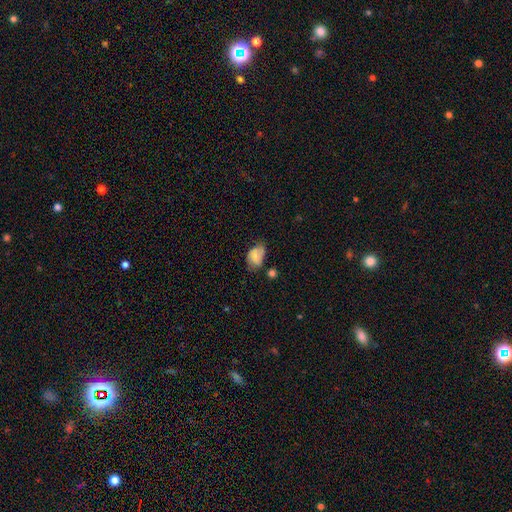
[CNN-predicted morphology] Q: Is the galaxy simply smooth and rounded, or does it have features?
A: smooth — 67%.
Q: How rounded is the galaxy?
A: in between — 80%.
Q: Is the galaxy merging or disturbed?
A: none — 45%.